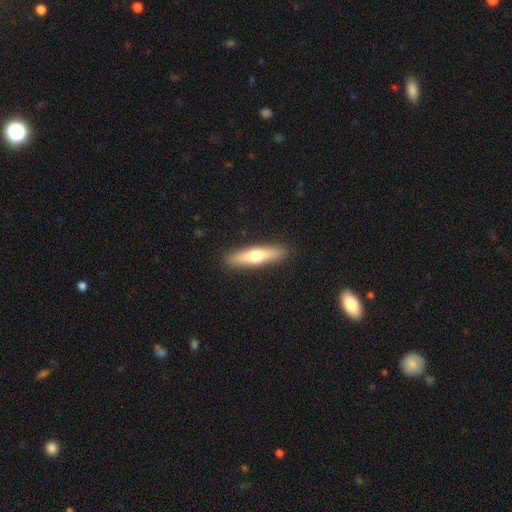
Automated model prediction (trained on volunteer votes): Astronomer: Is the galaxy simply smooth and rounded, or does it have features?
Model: smooth — 55% (runner-up: featured or disk, 39%).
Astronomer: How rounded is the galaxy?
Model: cigar-shaped — 80%.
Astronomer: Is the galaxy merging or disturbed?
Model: none — 90%.